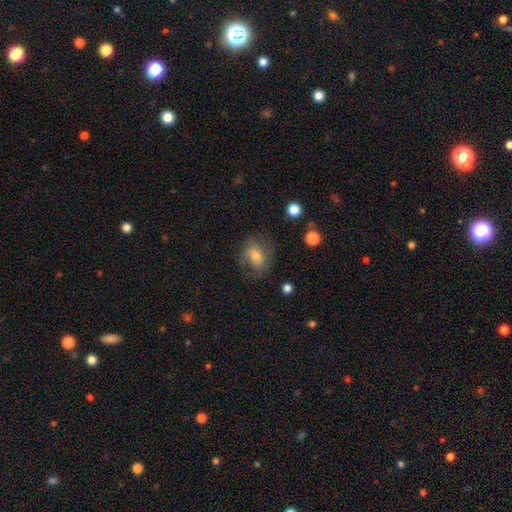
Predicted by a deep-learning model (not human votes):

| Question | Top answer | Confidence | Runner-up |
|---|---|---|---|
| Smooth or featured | smooth | 51% | featured or disk (39%) |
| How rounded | round | 51% | in between (48%) |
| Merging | none | 65% | minor disturbance (21%) |